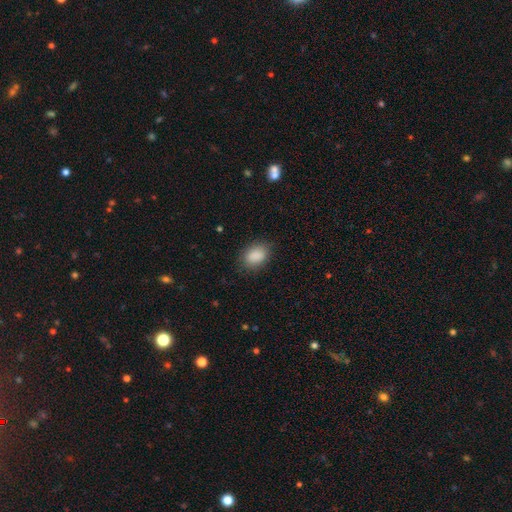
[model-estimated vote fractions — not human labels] A smooth galaxy with no disk features (88%) that is in between round and cigar-shaped (78%). Merging: none (81%).